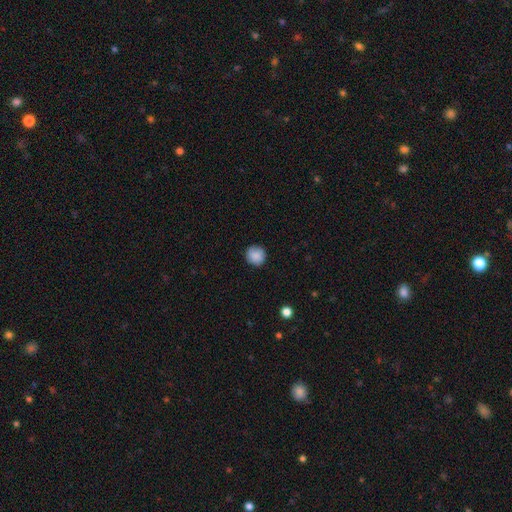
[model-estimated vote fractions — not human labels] smooth 86%, star or artifact 8%, featured or disk 6%. Down the decision tree: how rounded — round (92%); merging — none (87%).